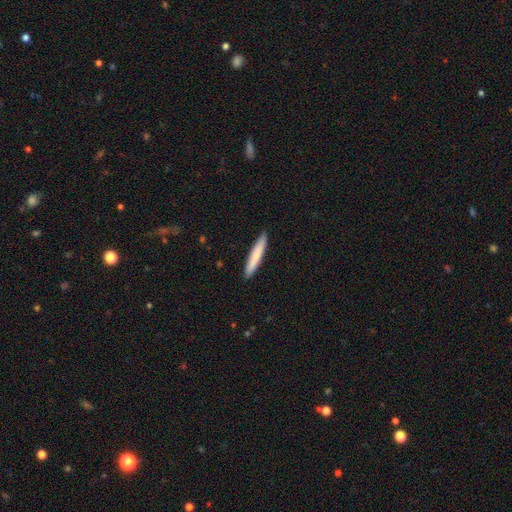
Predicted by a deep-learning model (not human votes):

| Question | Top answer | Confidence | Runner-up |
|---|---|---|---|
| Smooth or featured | smooth | 77% | featured or disk (18%) |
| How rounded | cigar-shaped | 93% | in between (5%) |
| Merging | none | 92% | minor disturbance (6%) |